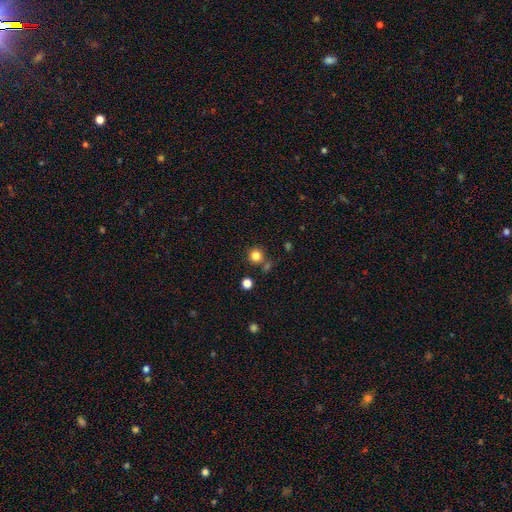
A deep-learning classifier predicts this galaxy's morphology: Smooth or featured?
  - smooth: 82% *
  - star or artifact: 13%
  - featured or disk: 5%
How rounded?
  - round: 93% *
  - in between: 6%
  - cigar-shaped: 1%
Merging?
  - none: 78% *
  - merger: 10%
  - minor disturbance: 8%
  - major disturbance: 3%